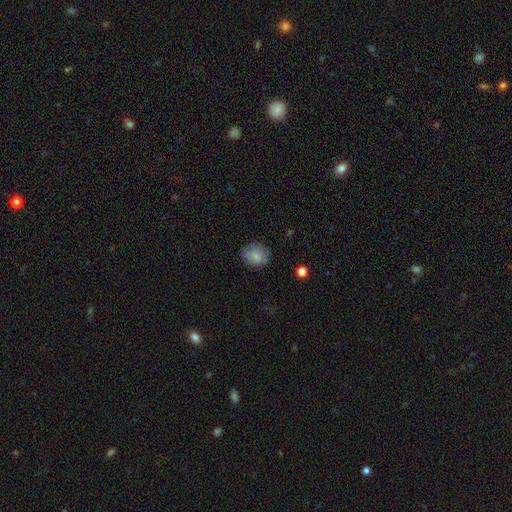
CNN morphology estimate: Smooth or featured: smooth — 83% (star or artifact — 9%)
How rounded: round — 65% (in between — 34%)
Merging: none — 78% (minor disturbance — 17%)